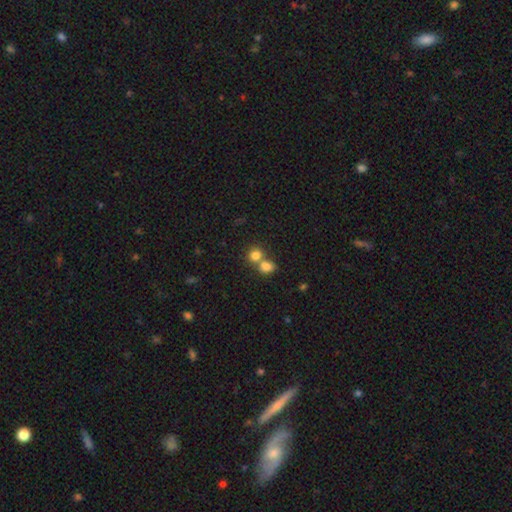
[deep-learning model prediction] Morphology: type=smooth (80%); roundness=round (72%); merging=merger (50%).